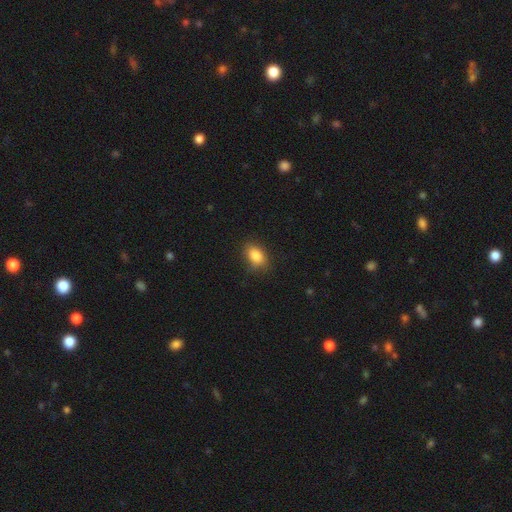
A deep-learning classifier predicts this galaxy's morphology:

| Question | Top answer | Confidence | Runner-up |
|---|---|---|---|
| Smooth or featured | smooth | 86% | star or artifact (8%) |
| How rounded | in between | 85% | round (13%) |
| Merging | none | 80% | minor disturbance (15%) |